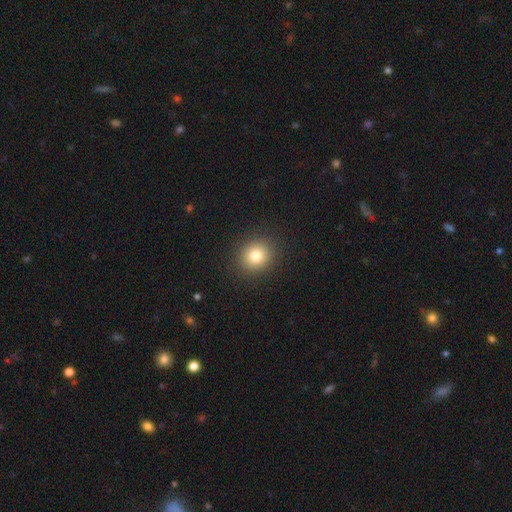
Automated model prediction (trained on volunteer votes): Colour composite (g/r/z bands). It shows a smooth galaxy with no disk features (80%) that is round (80%). Merging: none (90%).